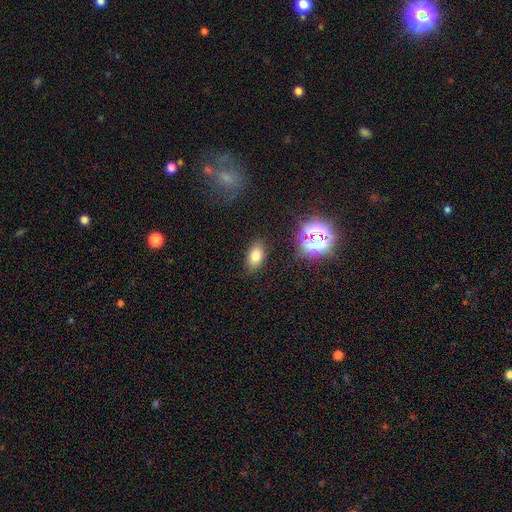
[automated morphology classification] A smooth galaxy with no disk features (75%) that is in between round and cigar-shaped (87%).

Vote fractions:
- Smooth or featured? smooth: 75% / star or artifact: 15% / featured or disk: 10%
- How rounded? in between: 87% / round: 11% / cigar-shaped: 2%
- Merging? none: 85% / minor disturbance: 10% / major disturbance: 3% / merger: 2%